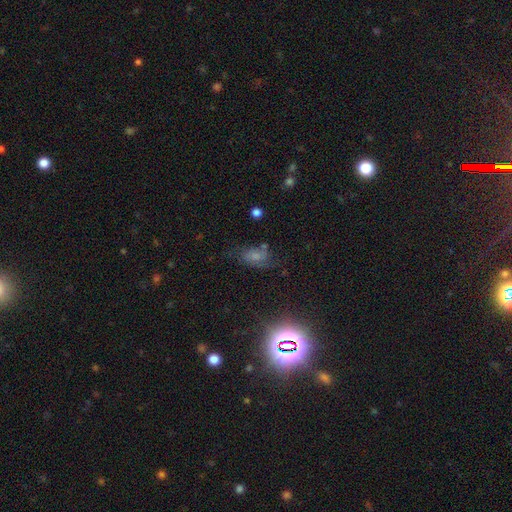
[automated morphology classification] smooth_or_featured: smooth (p=0.50) [alt: featured or disk p=0.26]
how_rounded: in between (p=0.81) [alt: round p=0.15]
merging: none (p=0.53) [alt: minor disturbance p=0.25]